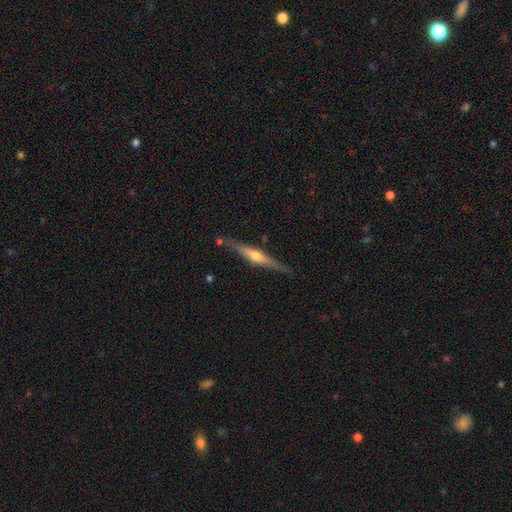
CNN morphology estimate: Smooth or featured? Predicted: featured or disk (p=0.73). Edge-on disk? Predicted: yes (p=0.97). Edge-on bulge? Predicted: rounded (p=0.89). Merging? Predicted: none (p=0.85).